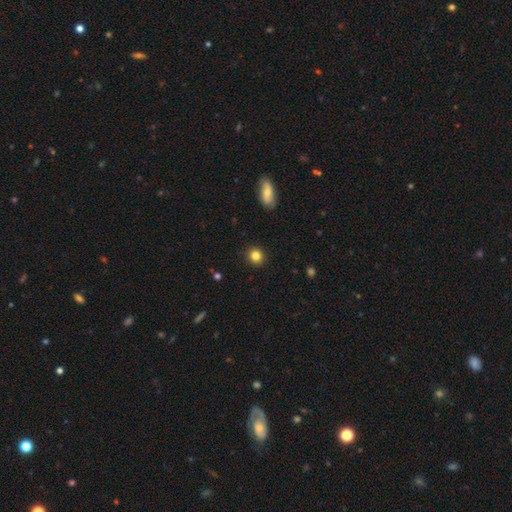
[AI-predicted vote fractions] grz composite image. It shows a smooth galaxy with no disk features (84%) that is round (89%). Merging: none (91%).